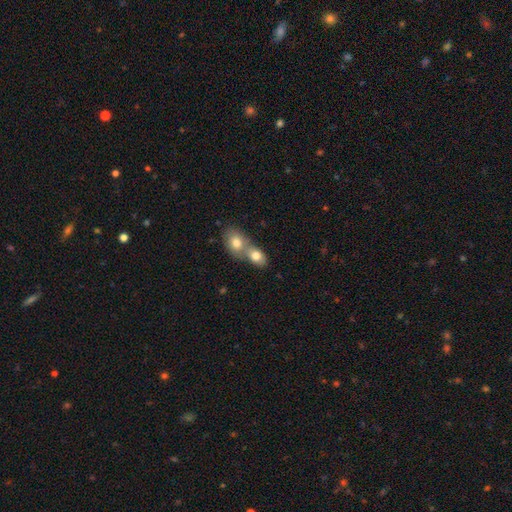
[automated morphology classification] A smooth galaxy with no disk features (77%) that is in between round and cigar-shaped (71%).

Vote fractions:
- Smooth or featured? smooth: 77% / featured or disk: 15% / star or artifact: 8%
- How rounded? in between: 71% / round: 27% / cigar-shaped: 2%
- Merging? merger: 72% / none: 20% / minor disturbance: 5% / major disturbance: 2%